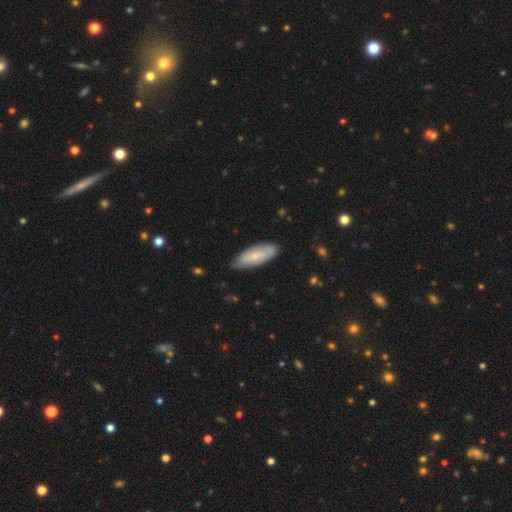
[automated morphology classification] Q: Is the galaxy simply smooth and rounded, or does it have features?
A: smooth — 61%.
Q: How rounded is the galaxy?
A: in between — 68%.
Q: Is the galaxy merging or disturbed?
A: none — 78%.